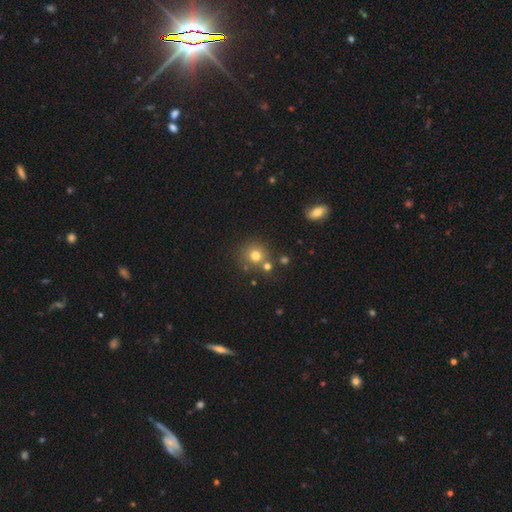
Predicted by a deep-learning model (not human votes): Smooth or featured? Predicted: smooth (p=0.75). How rounded? Predicted: round (p=0.89). Merging? Predicted: none (p=0.70).